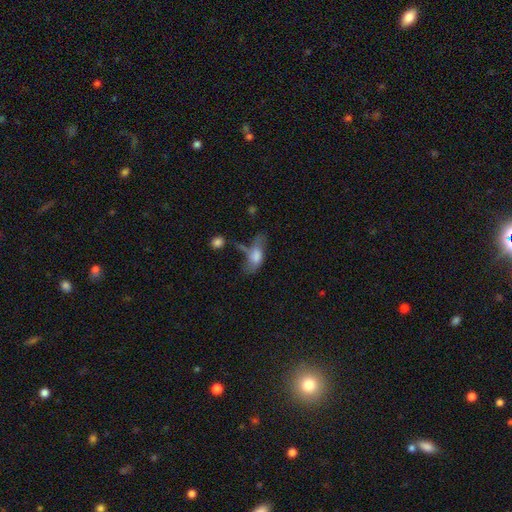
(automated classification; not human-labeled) Q: Smooth or featured?
A: smooth (63%); runner-up: featured or disk (27%)
Q: How rounded?
A: in between (81%); runner-up: cigar-shaped (14%)
Q: Merging?
A: major disturbance (29%); tied with: none (29%)